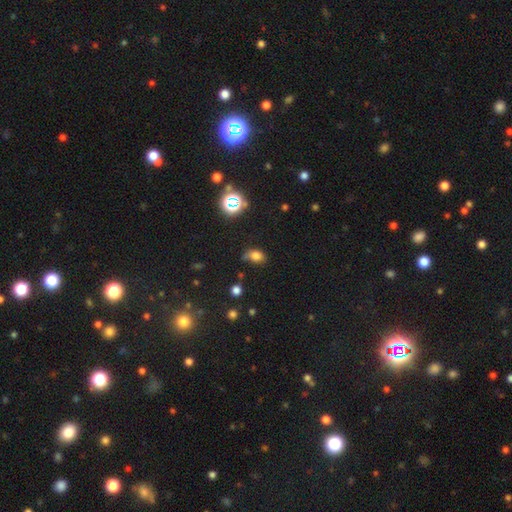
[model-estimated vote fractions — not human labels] smooth-or-featured: smooth: 73% | star or artifact: 17% | featured or disk: 10%
  how-rounded: in between: 74% | round: 24% | cigar-shaped: 2%
  merging: none: 48% | minor disturbance: 33% | major disturbance: 14% | merger: 5%